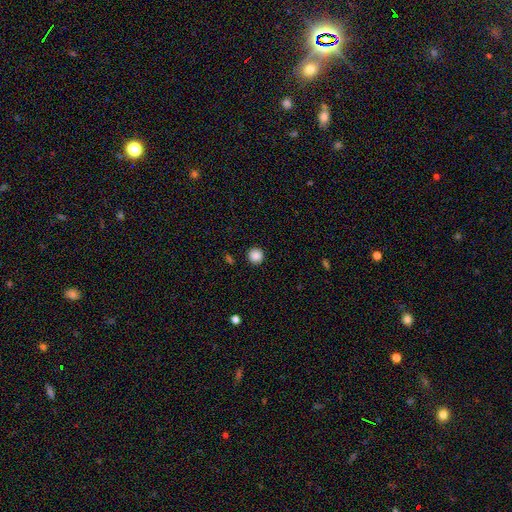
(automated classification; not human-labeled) Overall: smooth (87%). How rounded: round (96%). Merging: none (92%).